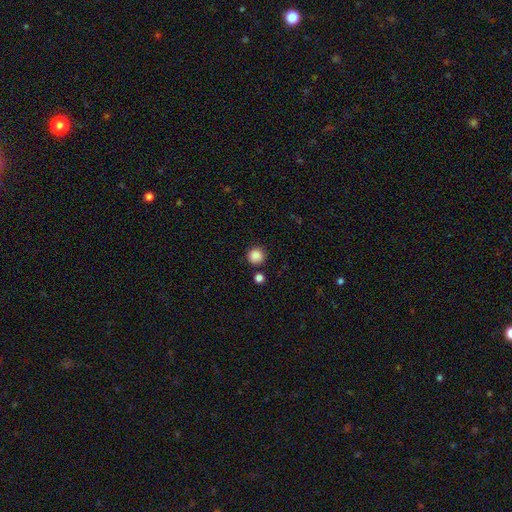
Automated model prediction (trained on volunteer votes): smooth 87%, star or artifact 10%, featured or disk 3%. Down the decision tree: how rounded — round (94%); merging — none (86%).